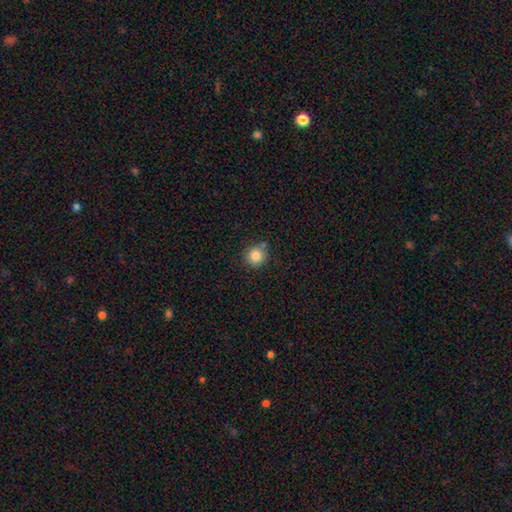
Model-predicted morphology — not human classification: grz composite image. It shows a smooth galaxy with no disk features (83%) that is round (92%). Merging: none (76%).